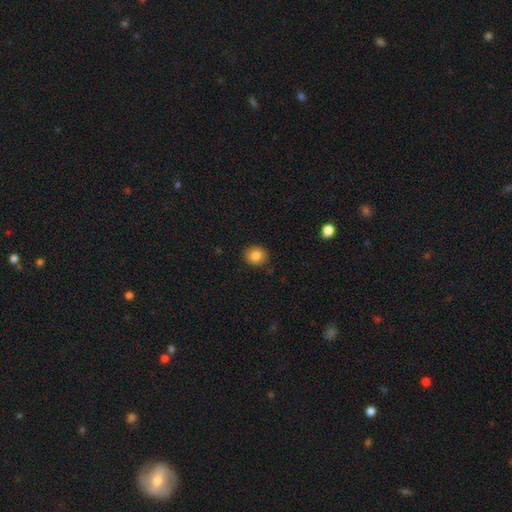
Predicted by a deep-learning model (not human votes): Q: Smooth or featured?
A: smooth (83%); runner-up: star or artifact (10%)
Q: How rounded?
A: round (76%); runner-up: in between (23%)
Q: Merging?
A: none (90%); runner-up: minor disturbance (7%)